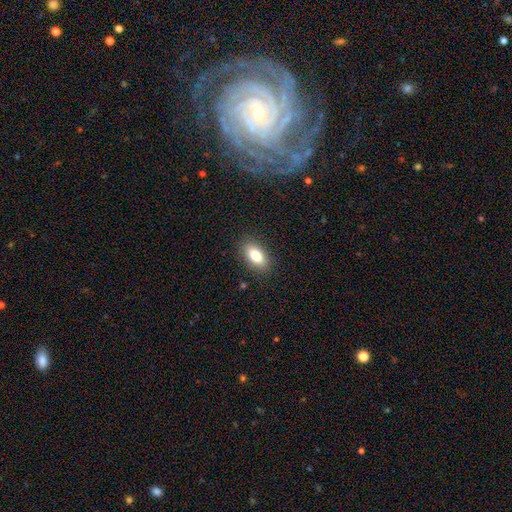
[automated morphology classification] A smooth galaxy with no disk features (82%) that is in between round and cigar-shaped (89%).

Vote fractions:
- Smooth or featured? smooth: 82% / featured or disk: 10% / star or artifact: 8%
- How rounded? in between: 89% / cigar-shaped: 6% / round: 5%
- Merging? none: 87% / minor disturbance: 10% / major disturbance: 3% / merger: 1%